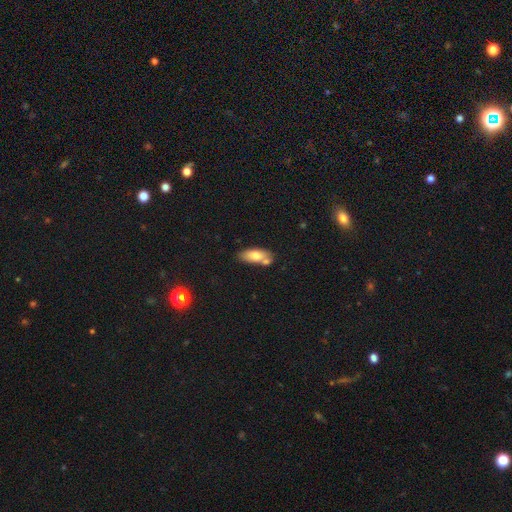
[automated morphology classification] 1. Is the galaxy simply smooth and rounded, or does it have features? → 74% smooth, 18% featured or disk, 7% star or artifact.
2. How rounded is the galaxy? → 84% in between, 13% cigar-shaped, 3% round.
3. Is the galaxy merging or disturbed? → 54% none, 26% merger, 16% minor disturbance, 4% major disturbance.